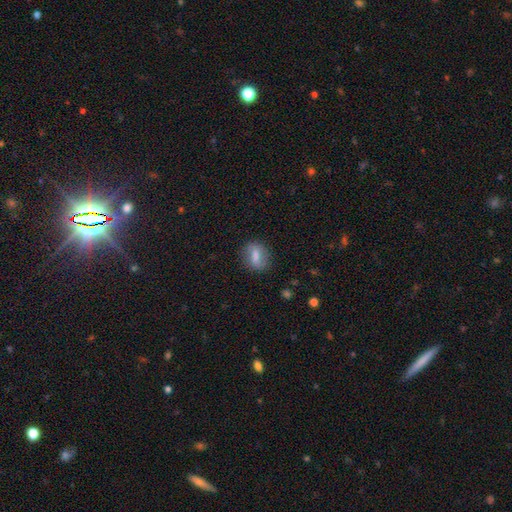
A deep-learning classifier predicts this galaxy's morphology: smooth-or-featured: smooth: 66% | featured or disk: 26% | star or artifact: 8%
  how-rounded: in between: 53% | round: 41% | cigar-shaped: 6%
  merging: none: 80% | minor disturbance: 14% | major disturbance: 4% | merger: 2%